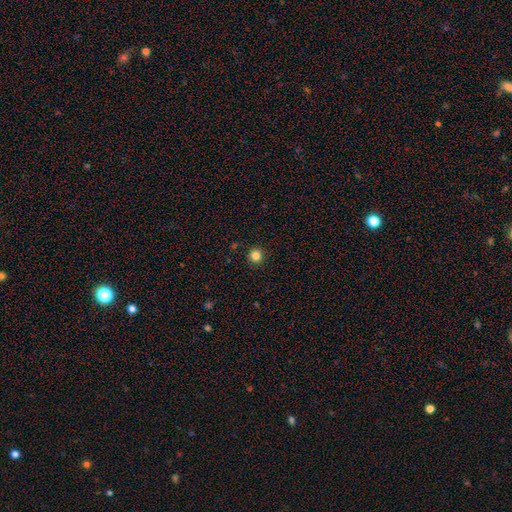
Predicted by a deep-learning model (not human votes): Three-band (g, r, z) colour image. It shows a smooth galaxy with no disk features (83%) that is round (94%). Merging: none (92%).